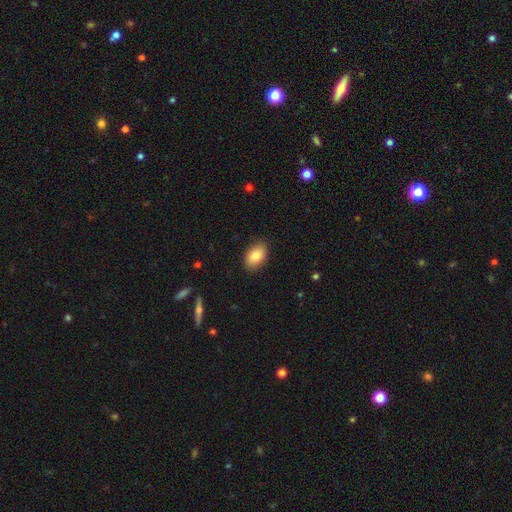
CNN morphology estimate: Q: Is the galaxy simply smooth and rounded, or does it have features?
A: smooth — 85%.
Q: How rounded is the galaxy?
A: in between — 90%.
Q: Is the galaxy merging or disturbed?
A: none — 86%.